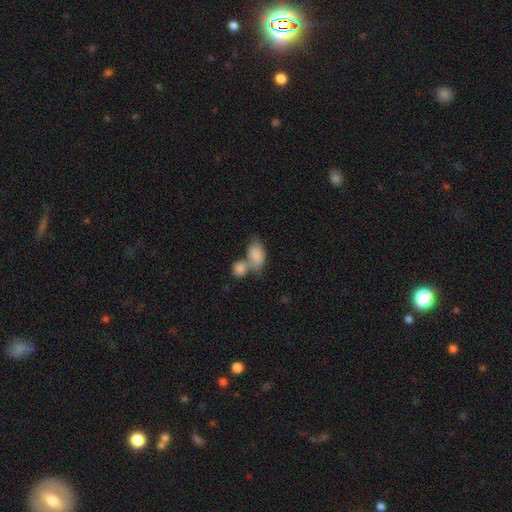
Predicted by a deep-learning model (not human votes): Smooth or featured?
  - smooth: 82% *
  - featured or disk: 11%
  - star or artifact: 7%
How rounded?
  - in between: 87% *
  - round: 11%
  - cigar-shaped: 2%
Merging?
  - merger: 62% *
  - none: 22%
  - minor disturbance: 10%
  - major disturbance: 6%